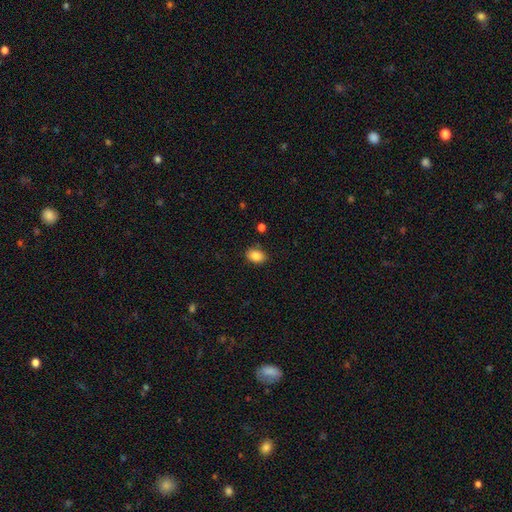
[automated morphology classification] Smooth or featured: smooth — 86% (star or artifact — 9%)
How rounded: in between — 78% (round — 21%)
Merging: none — 83% (minor disturbance — 12%)